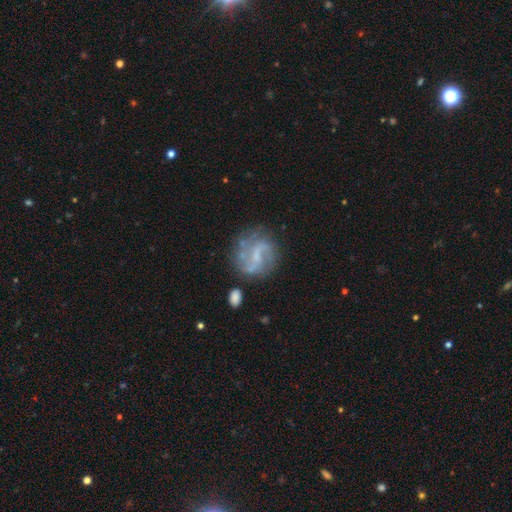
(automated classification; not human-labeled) Smooth or featured? Predicted: featured or disk (p=0.76). Edge-on disk? Predicted: no (p=0.97). Bar? Predicted: weak (p=0.50). Spiral arms? Predicted: yes (p=0.86). Spiral winding? Predicted: loose (p=0.49). Spiral arm count? Predicted: 2 (p=0.74). Bulge size? Predicted: small (p=0.47). Merging? Predicted: none (p=0.64).